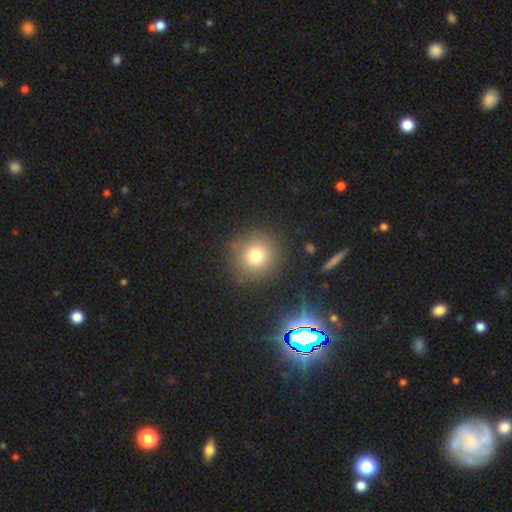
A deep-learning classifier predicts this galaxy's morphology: Smooth or featured?
  - smooth: 74% *
  - star or artifact: 16%
  - featured or disk: 10%
How rounded?
  - round: 93% *
  - in between: 6%
  - cigar-shaped: 1%
Merging?
  - none: 86% *
  - minor disturbance: 8%
  - major disturbance: 4%
  - merger: 2%